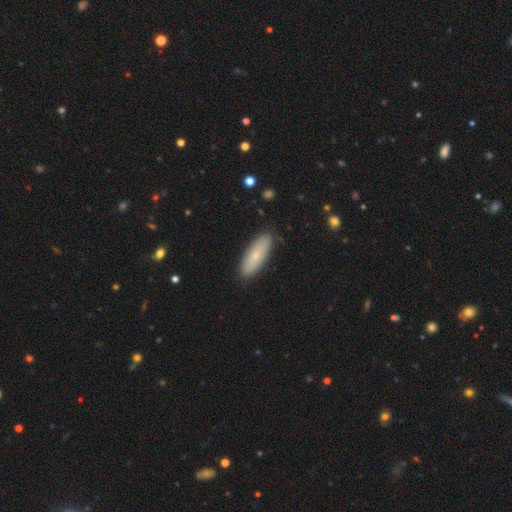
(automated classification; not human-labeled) smooth-or-featured: smooth: 73% | featured or disk: 21% | star or artifact: 6%
  how-rounded: in between: 55% | cigar-shaped: 42% | round: 2%
  merging: none: 87% | minor disturbance: 10% | major disturbance: 2% | merger: 1%